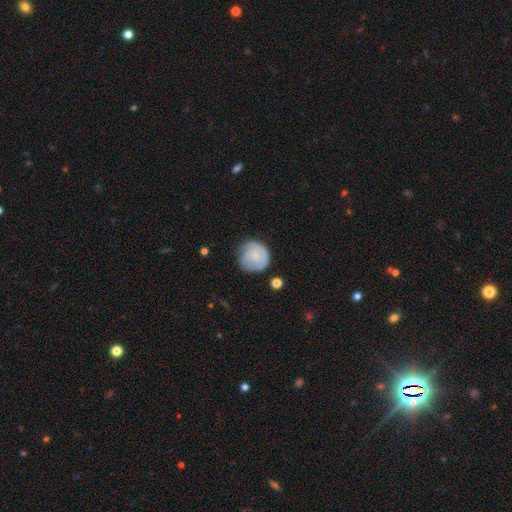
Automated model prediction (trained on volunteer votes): Q: Smooth or featured?
A: smooth (68%); runner-up: featured or disk (25%)
Q: How rounded?
A: round (91%); runner-up: in between (8%)
Q: Merging?
A: none (59%); runner-up: minor disturbance (30%)